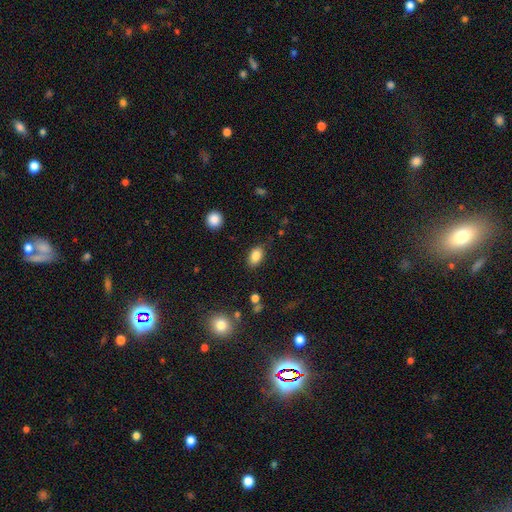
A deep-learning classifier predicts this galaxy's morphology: smooth_or_featured: smooth (p=0.85) [alt: star or artifact p=0.09]
how_rounded: in between (p=0.88) [alt: round p=0.10]
merging: none (p=0.78) [alt: minor disturbance p=0.16]